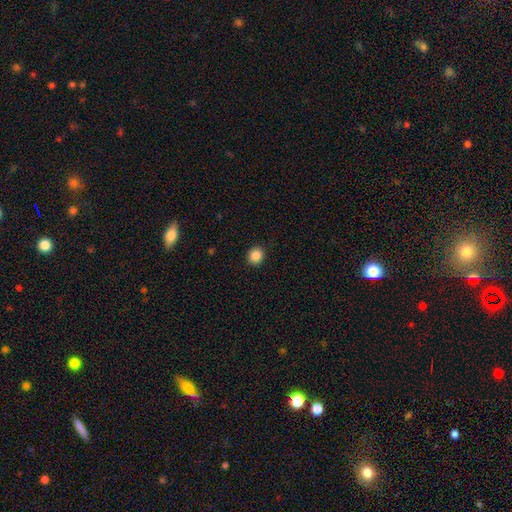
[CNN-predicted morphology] type=smooth (87%); roundness=round (87%); merging=none (91%).